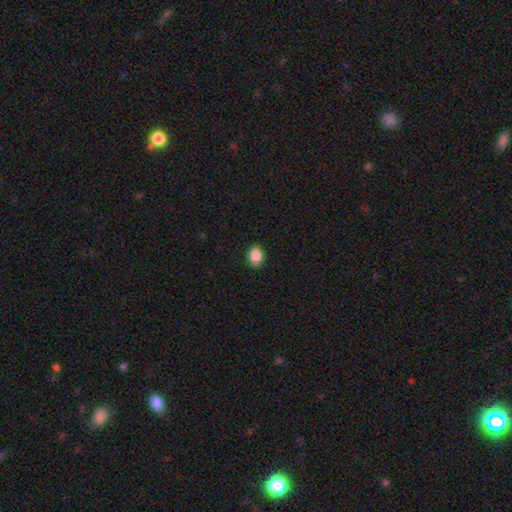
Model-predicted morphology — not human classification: Overall: smooth (88%). How rounded: in between (75%). Merging: none (89%).